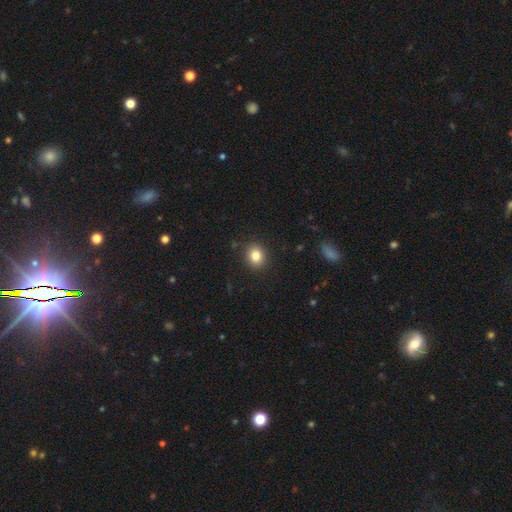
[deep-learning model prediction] smooth 83%, star or artifact 10%, featured or disk 6%. Down the decision tree: how rounded — round (69%); merging — none (89%).